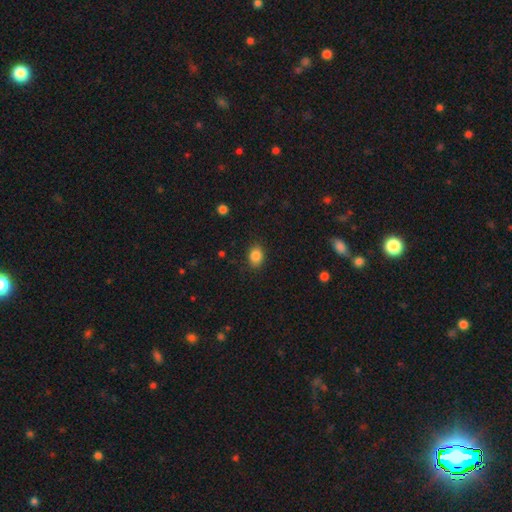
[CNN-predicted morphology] This is clearly a smooth galaxy (86%). How rounded: likely in between (65%). Merging: clearly none (85%).